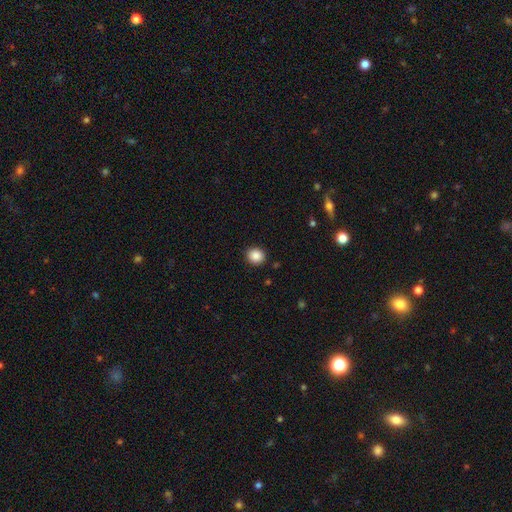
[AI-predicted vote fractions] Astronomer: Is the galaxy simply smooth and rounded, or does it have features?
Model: smooth — 87%.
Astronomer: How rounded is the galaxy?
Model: round — 87%.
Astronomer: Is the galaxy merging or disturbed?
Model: none — 91%.